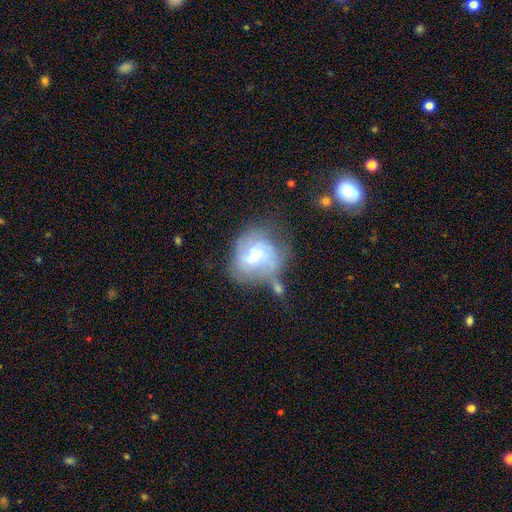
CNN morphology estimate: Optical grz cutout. It shows a featured or disk galaxy (56%) with a weak bar (52%), spiral arms (71%) and a small central bulge (44%, tied with moderate). Merging: none (35%).